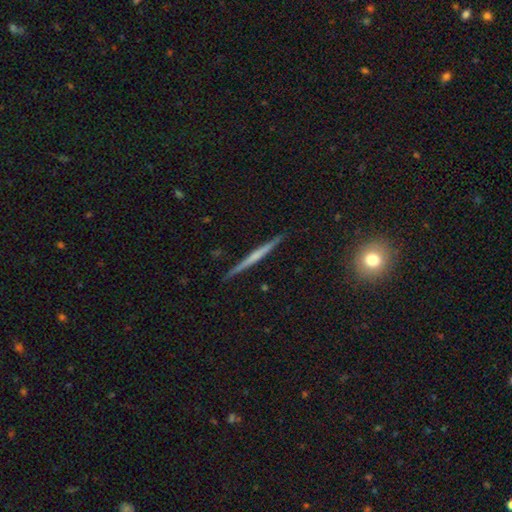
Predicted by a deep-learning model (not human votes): smooth_or_featured: featured or disk (p=0.61) [alt: smooth p=0.33]
disk_edge_on: yes (p=0.98) [alt: no p=0.02]
edge_on_bulge: none (p=0.69) [alt: rounded p=0.22]
merging: none (p=0.91) [alt: minor disturbance p=0.06]